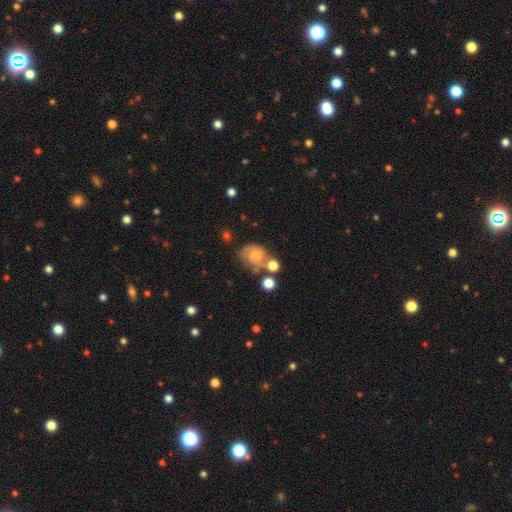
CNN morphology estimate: Q: Smooth or featured?
A: featured or disk (53%); runner-up: smooth (36%)
Q: Edge-on disk?
A: no (97%); runner-up: yes (3%)
Q: Bar?
A: no (68%); runner-up: weak (27%)
Q: Spiral arms?
A: yes (79%); runner-up: no (21%)
Q: Bulge size?
A: small (44%); runner-up: moderate (30%)
Q: Merging?
A: none (40%); runner-up: merger (22%)